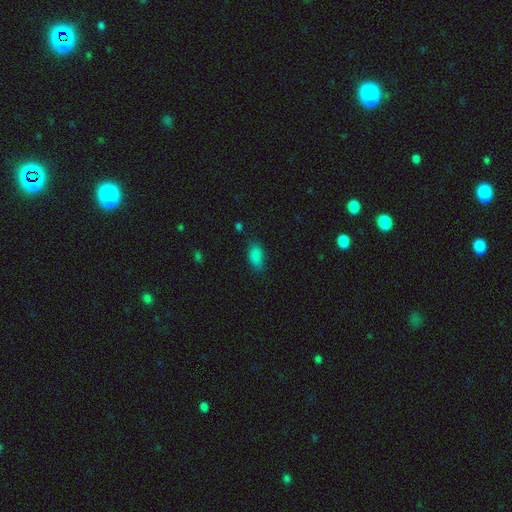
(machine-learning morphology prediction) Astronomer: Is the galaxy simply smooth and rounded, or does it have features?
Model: smooth — 86%.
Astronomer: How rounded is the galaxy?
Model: in between — 90%.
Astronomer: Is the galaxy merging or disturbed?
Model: none — 75%.